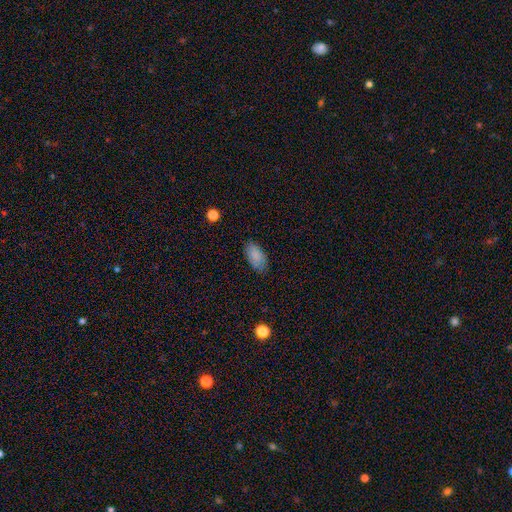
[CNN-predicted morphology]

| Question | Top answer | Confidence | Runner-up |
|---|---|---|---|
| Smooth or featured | smooth | 86% | star or artifact (7%) |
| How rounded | in between | 93% | cigar-shaped (4%) |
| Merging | none | 80% | minor disturbance (15%) |